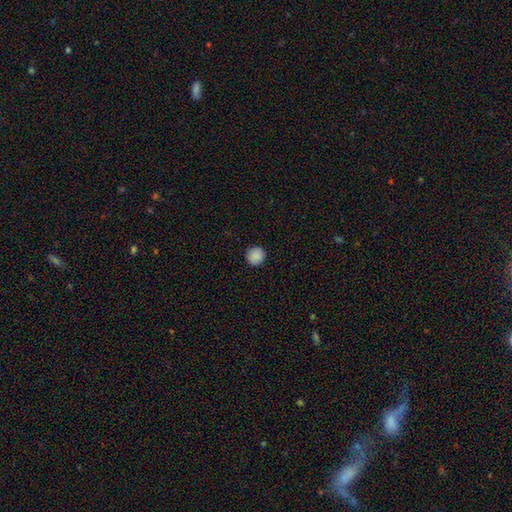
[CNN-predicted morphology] Smooth or featured? Predicted: smooth (p=0.89). How rounded? Predicted: round (p=0.95). Merging? Predicted: none (p=0.92).